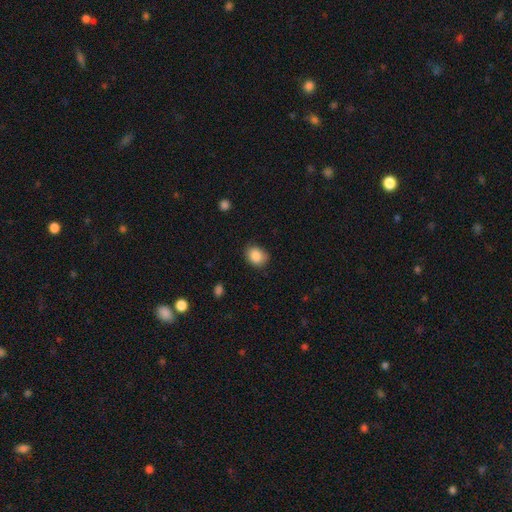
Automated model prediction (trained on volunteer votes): Smooth or featured? smooth (87%)
How rounded? round (52%)
Merging? none (75%)